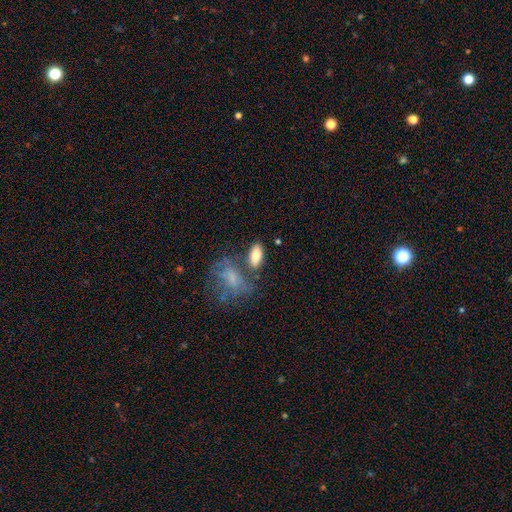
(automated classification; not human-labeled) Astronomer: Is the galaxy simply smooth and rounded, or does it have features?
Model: smooth — 79%.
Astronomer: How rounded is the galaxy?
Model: in between — 89%.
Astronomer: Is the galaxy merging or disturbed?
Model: none — 67%.